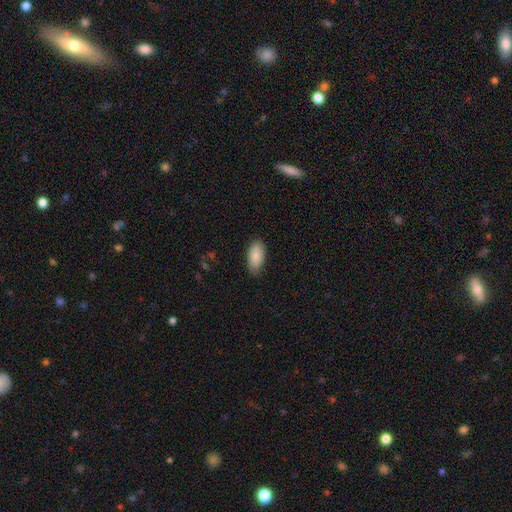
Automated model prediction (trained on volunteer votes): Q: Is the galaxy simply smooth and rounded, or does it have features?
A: smooth — 85%.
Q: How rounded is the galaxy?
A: in between — 94%.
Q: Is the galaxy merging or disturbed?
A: none — 77%.